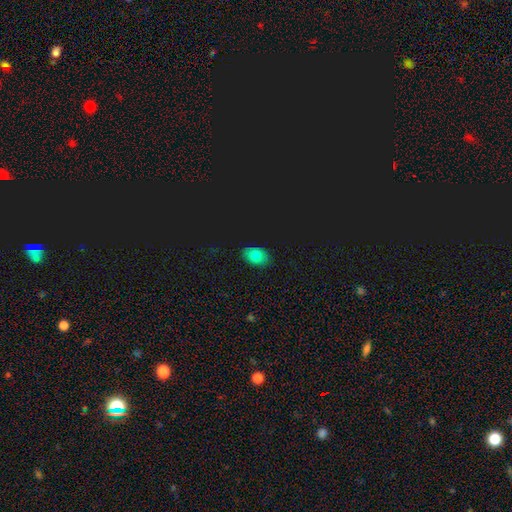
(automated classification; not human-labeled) The model was most divided on "smooth or featured": smooth: 75%, star or artifact: 18%, featured or disk: 7%. More confident: how rounded — in between (82%); merging — none (82%).